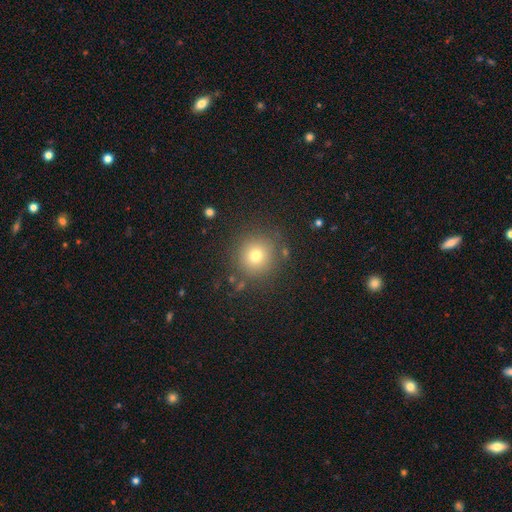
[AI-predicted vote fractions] Overall: smooth (74%). How rounded: round (94%). Merging: none (86%).